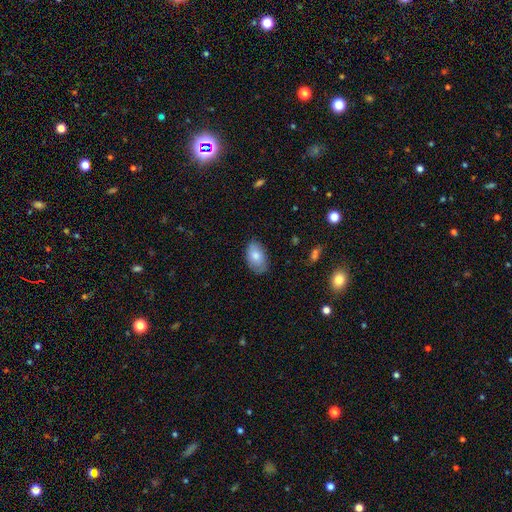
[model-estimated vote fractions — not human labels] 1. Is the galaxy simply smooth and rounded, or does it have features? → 77% smooth, 16% featured or disk, 7% star or artifact.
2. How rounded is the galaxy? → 93% in between, 6% round, 1% cigar-shaped.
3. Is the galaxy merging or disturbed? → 80% none, 16% minor disturbance, 3% major disturbance, 1% merger.